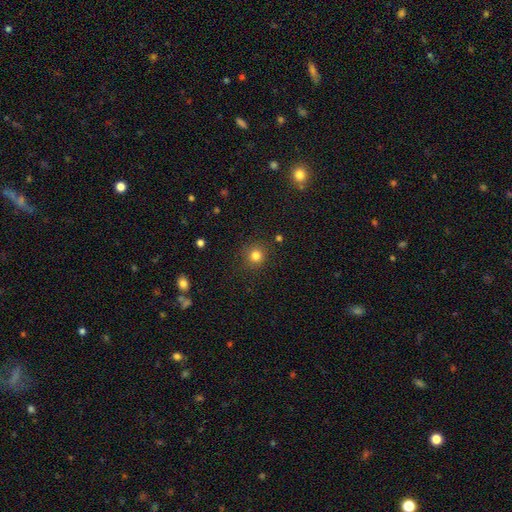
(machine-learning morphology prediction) A smooth galaxy with no disk features (81%) that is round (92%). Merging: none (88%).